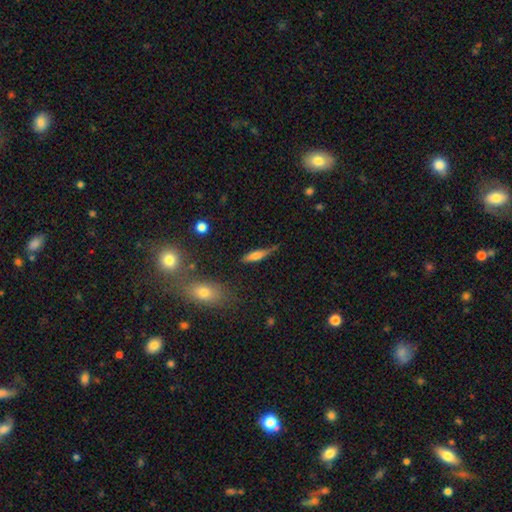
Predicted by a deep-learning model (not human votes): Morphology: type=smooth (59%); roundness=cigar-shaped (72%); merging=none (65%).